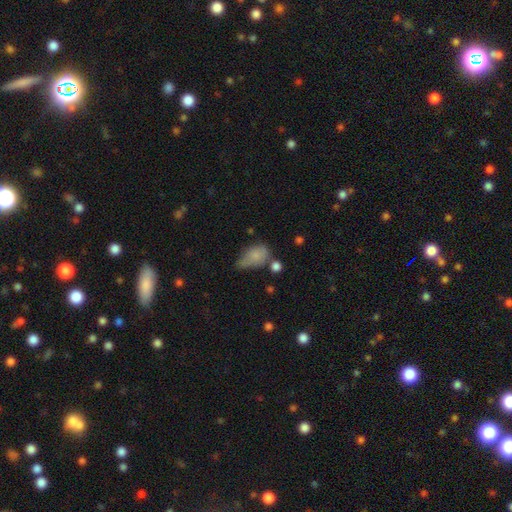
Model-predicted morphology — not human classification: Smooth or featured: smooth — 77% (featured or disk — 14%)
How rounded: in between — 86% (round — 11%)
Merging: minor disturbance — 39% (none — 32%)